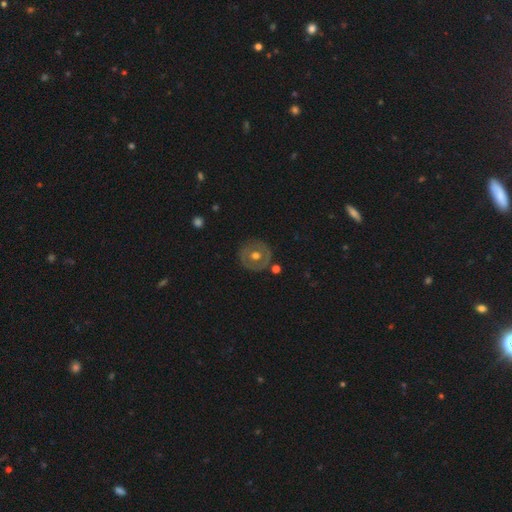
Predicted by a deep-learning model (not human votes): This appears to be a featured or disk galaxy (49%). Merging: none (84%).